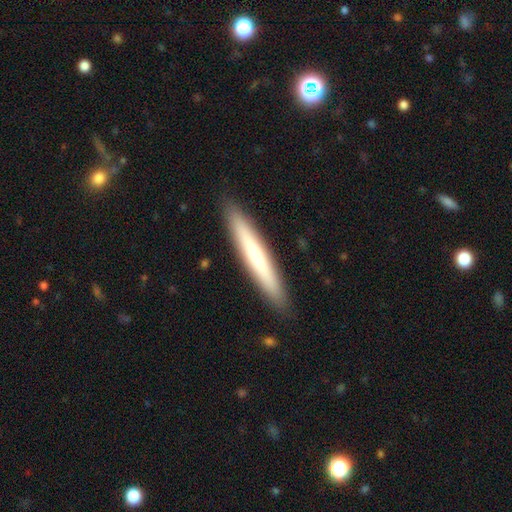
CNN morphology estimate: The model was most divided on "smooth or featured": smooth: 63%, featured or disk: 32%, star or artifact: 5%. More confident: how rounded — cigar-shaped (94%); merging — none (91%).